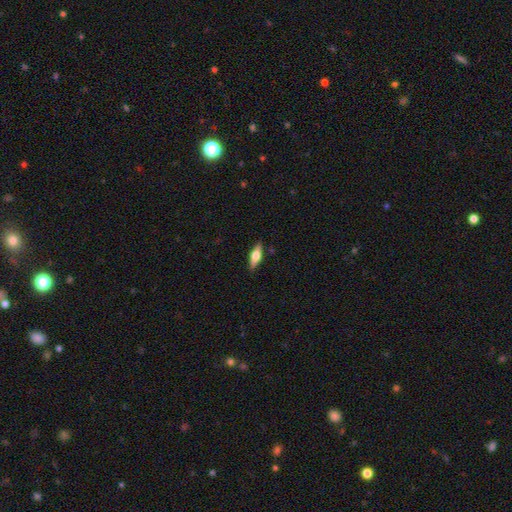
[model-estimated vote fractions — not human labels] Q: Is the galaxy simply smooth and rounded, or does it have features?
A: featured or disk — 49%.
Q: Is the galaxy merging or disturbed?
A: none — 87%.